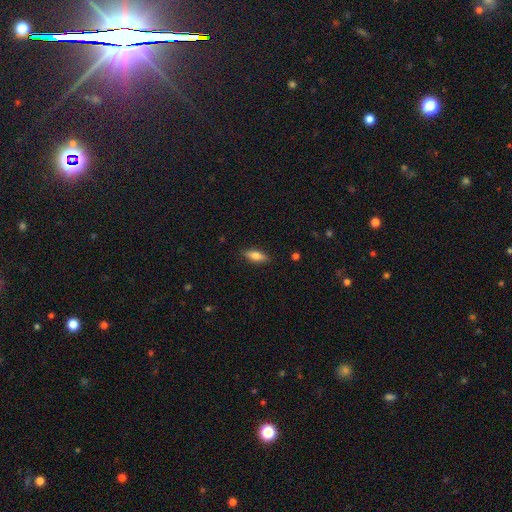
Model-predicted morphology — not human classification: Smooth or featured? smooth (63%)
How rounded? in between (62%)
Merging? none (87%)